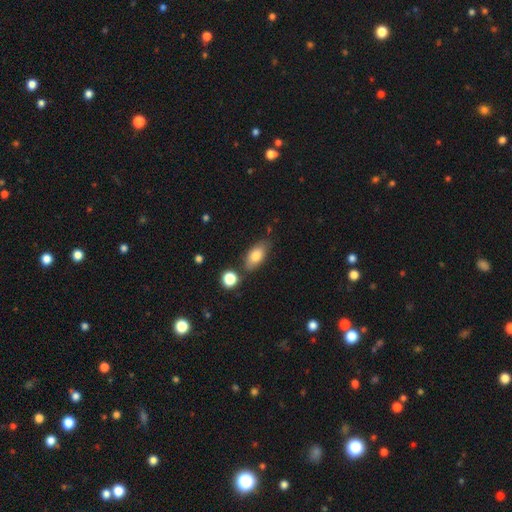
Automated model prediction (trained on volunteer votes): smooth 79%, featured or disk 14%, star or artifact 7%. Down the decision tree: how rounded — in between (88%); merging — none (72%).